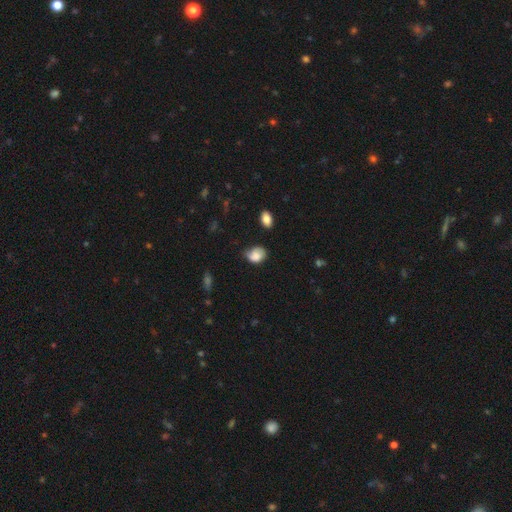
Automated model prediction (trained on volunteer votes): Smooth or featured? smooth (80%)
How rounded? in between (62%)
Merging? none (46%)